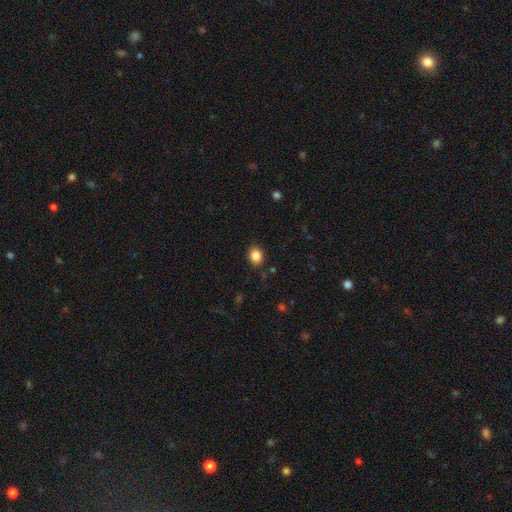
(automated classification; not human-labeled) This is clearly a smooth galaxy (86%). How rounded: possibly round (51%). Merging: clearly none (87%).